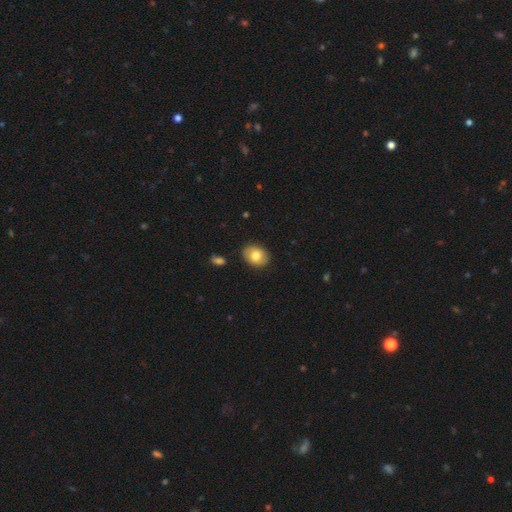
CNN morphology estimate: The model was most divided on "how rounded": in between: 63%, round: 36%, cigar-shaped: 1%. More confident: merging — none (87%); smooth or featured — smooth (78%).